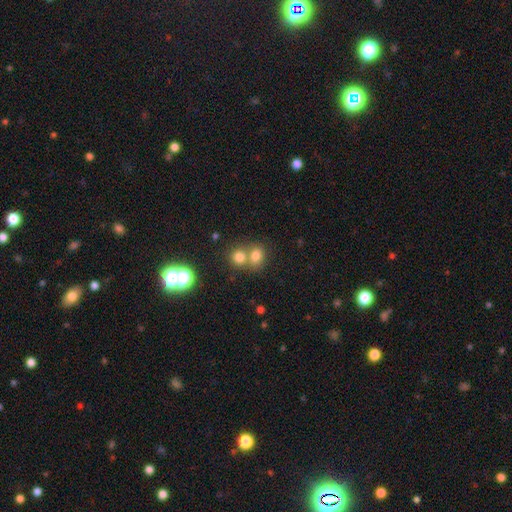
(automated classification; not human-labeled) smooth-or-featured: smooth: 75% | star or artifact: 15% | featured or disk: 10%
  how-rounded: round: 59% | in between: 40% | cigar-shaped: 1%
  merging: merger: 51% | none: 39% | minor disturbance: 7% | major disturbance: 3%